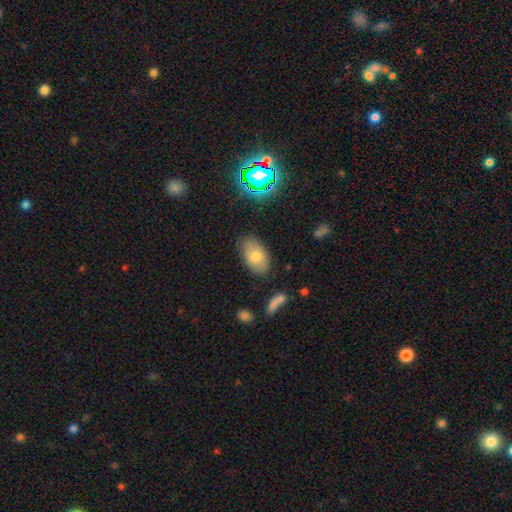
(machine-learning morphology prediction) smooth_or_featured: smooth (p=0.69) [alt: featured or disk p=0.18]
how_rounded: in between (p=0.91) [alt: round p=0.07]
merging: none (p=0.80) [alt: minor disturbance p=0.14]